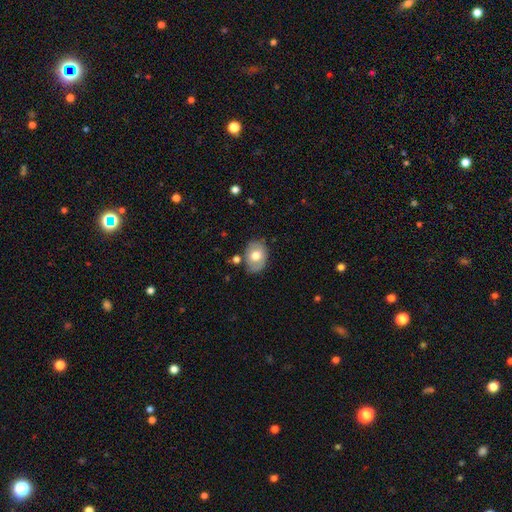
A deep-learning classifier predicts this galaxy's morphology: Smooth or featured: smooth — 66% (featured or disk — 27%)
How rounded: in between — 70% (round — 29%)
Merging: none — 71% (minor disturbance — 19%)